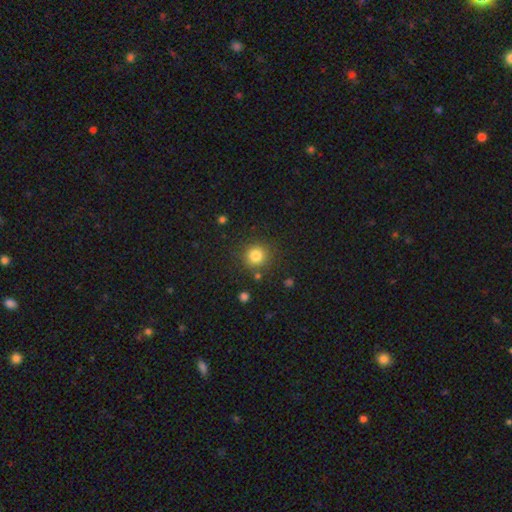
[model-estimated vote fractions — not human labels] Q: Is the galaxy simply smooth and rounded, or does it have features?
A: smooth — 82%.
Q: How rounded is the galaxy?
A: round — 92%.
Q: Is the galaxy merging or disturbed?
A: none — 86%.